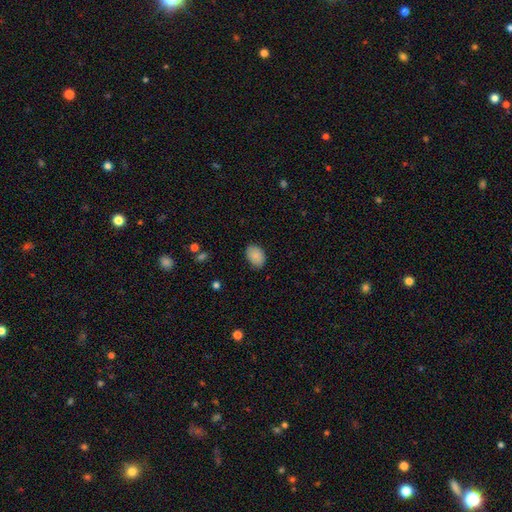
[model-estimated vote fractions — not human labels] Q: Smooth or featured?
A: smooth (87%); runner-up: star or artifact (7%)
Q: How rounded?
A: in between (85%); runner-up: round (14%)
Q: Merging?
A: none (84%); runner-up: minor disturbance (13%)